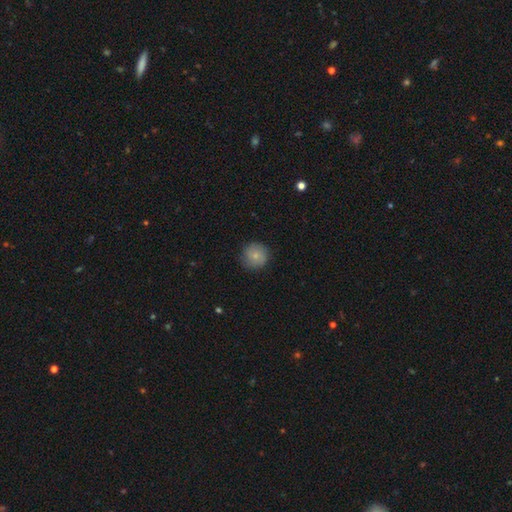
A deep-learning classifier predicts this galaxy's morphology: smooth 75%, featured or disk 16%, star or artifact 8%. Down the decision tree: how rounded — round (94%); merging — none (83%).